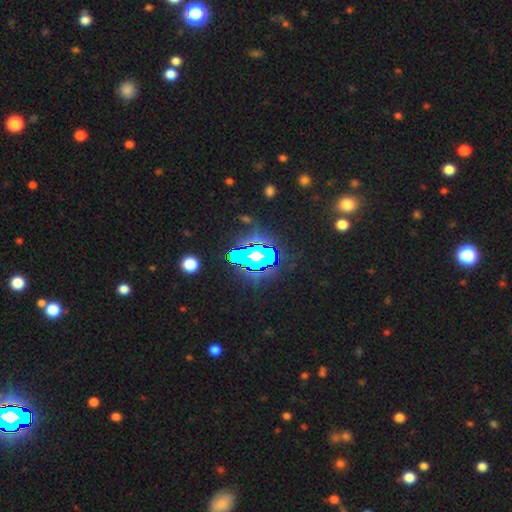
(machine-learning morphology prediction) Smooth or featured? Predicted: star or artifact (p=0.59).